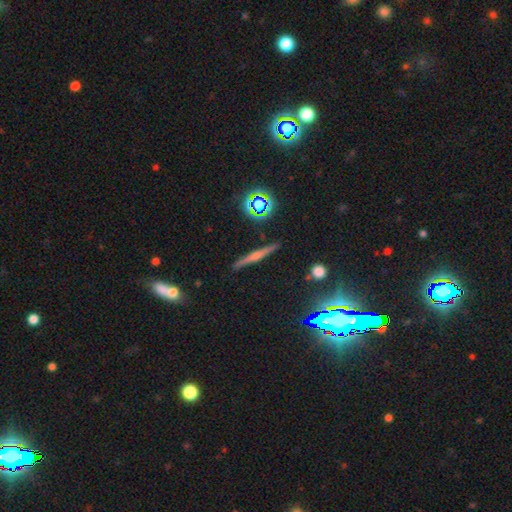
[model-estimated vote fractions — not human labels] Smooth or featured: featured or disk — 57% (smooth — 27%)
Edge-on disk: yes — 96% (no — 4%)
Edge-on bulge: rounded — 61% (none — 28%)
Merging: none — 89% (minor disturbance — 7%)